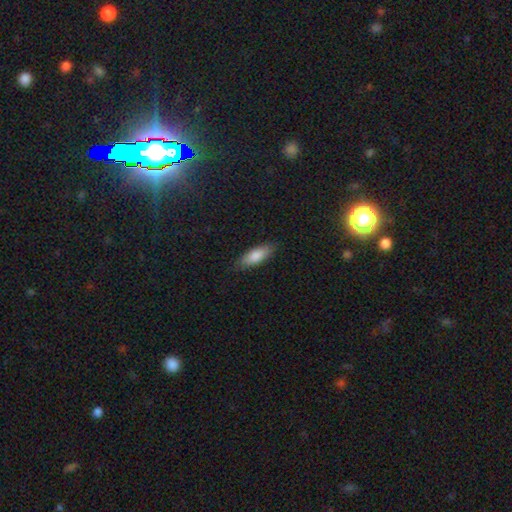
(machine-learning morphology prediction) Smooth or featured: smooth — 81% (featured or disk — 13%)
How rounded: in between — 61% (cigar-shaped — 37%)
Merging: none — 85% (minor disturbance — 12%)